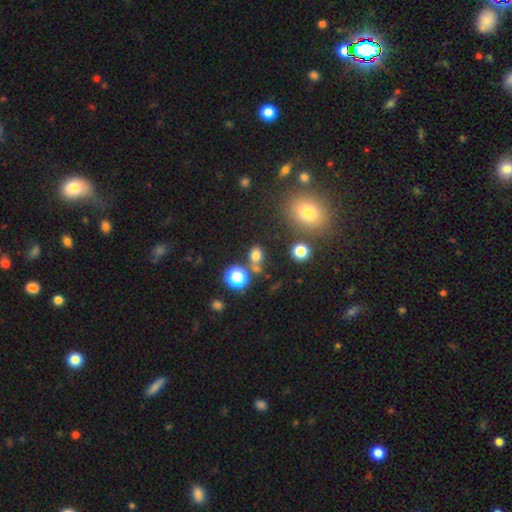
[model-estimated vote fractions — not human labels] smooth 73%, star or artifact 19%, featured or disk 7%. Down the decision tree: how rounded — round (50%); merging — none (62%).